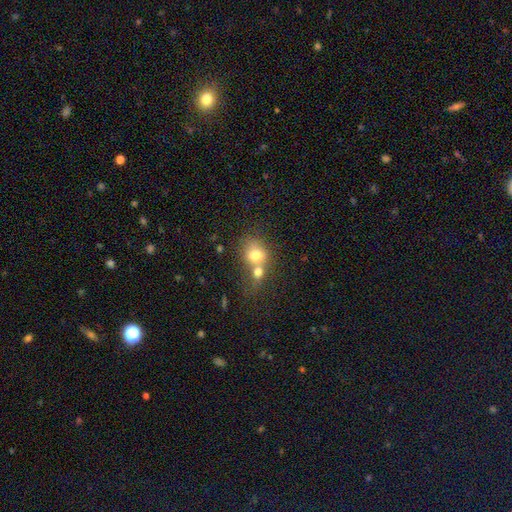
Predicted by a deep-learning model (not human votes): A smooth galaxy with no disk features (73%) that is round (56%). Merging: merger (62%).